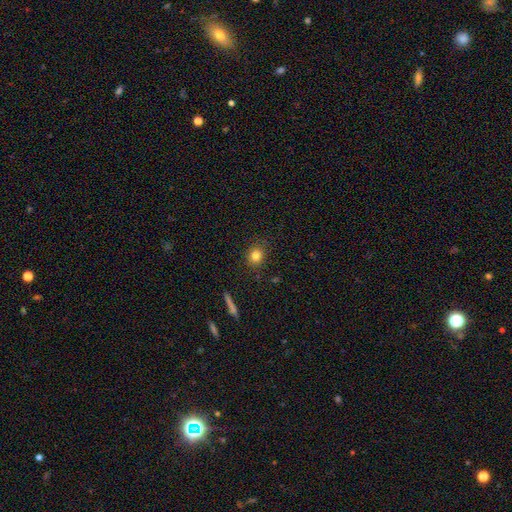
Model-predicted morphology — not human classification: Smooth or featured? Predicted: smooth (p=0.81). How rounded? Predicted: round (p=0.82). Merging? Predicted: none (p=0.88).